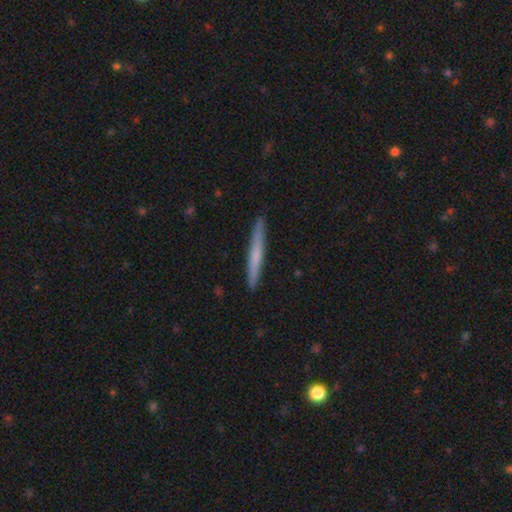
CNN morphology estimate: This appears to be a smooth galaxy with no disk features (56%) that is cigar-shaped (97%). Merging: none (91%).